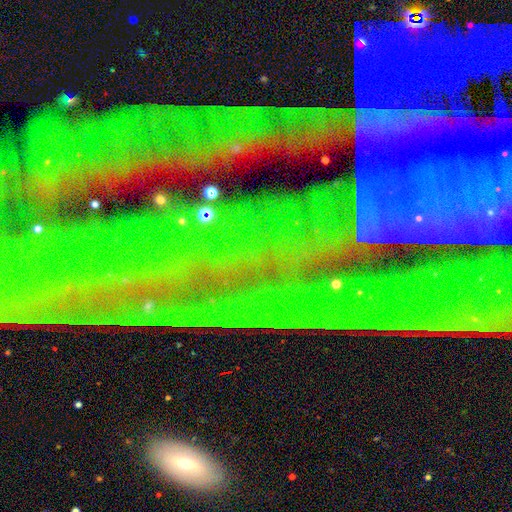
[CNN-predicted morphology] Smooth or featured? Predicted: star or artifact (p=0.75).